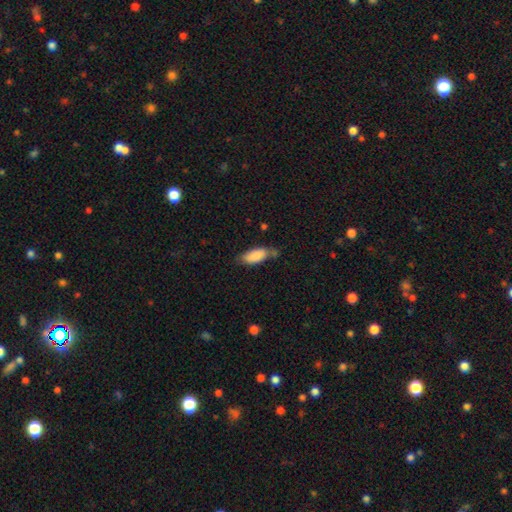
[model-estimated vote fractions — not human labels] This is clearly a smooth galaxy (87%). How rounded: clearly in between (83%). Merging: likely none (61%).